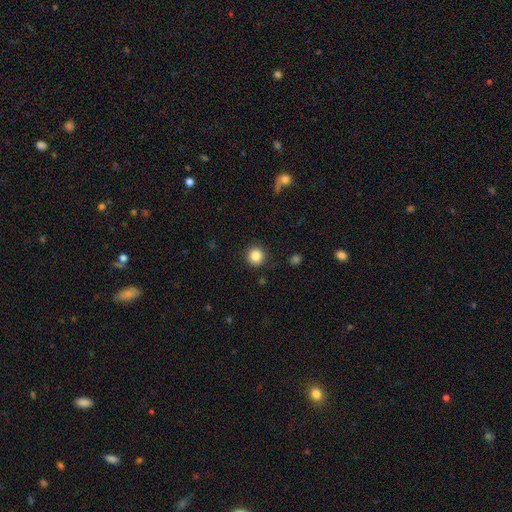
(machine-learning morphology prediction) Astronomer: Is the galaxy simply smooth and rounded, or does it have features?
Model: smooth — 85%.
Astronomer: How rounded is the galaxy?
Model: round — 94%.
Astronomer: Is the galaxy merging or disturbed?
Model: none — 91%.